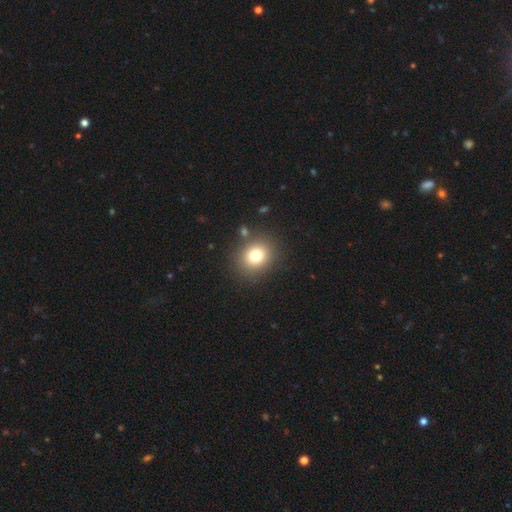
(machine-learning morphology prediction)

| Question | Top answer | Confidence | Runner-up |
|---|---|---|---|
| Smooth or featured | smooth | 77% | star or artifact (13%) |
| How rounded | round | 73% | in between (26%) |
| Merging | none | 85% | minor disturbance (8%) |